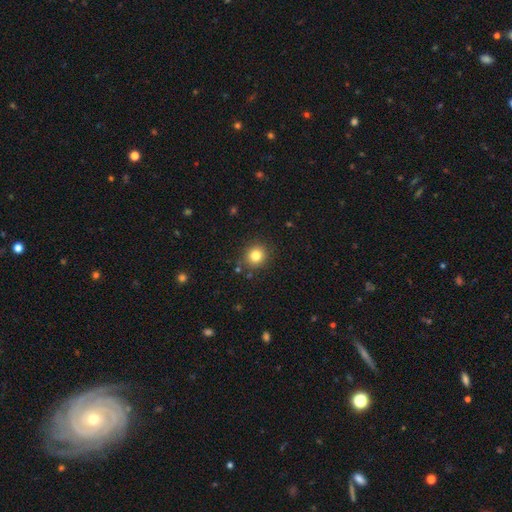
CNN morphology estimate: This appears to be a smooth galaxy with no disk features (82%) that is round (87%). Merging: none (87%).